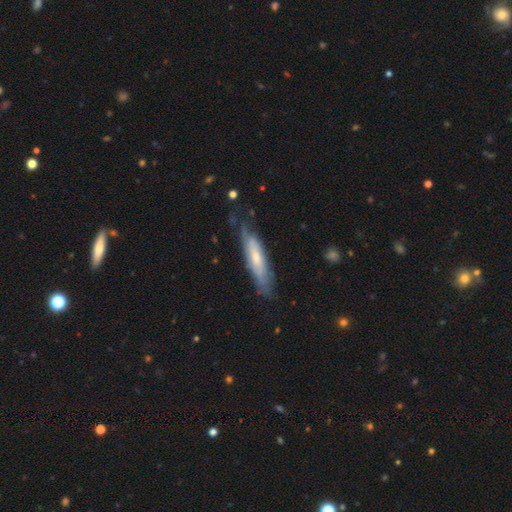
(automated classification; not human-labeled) Morphology: type=featured or disk (56%); edge-on=yes (51%); merging=none (67%).